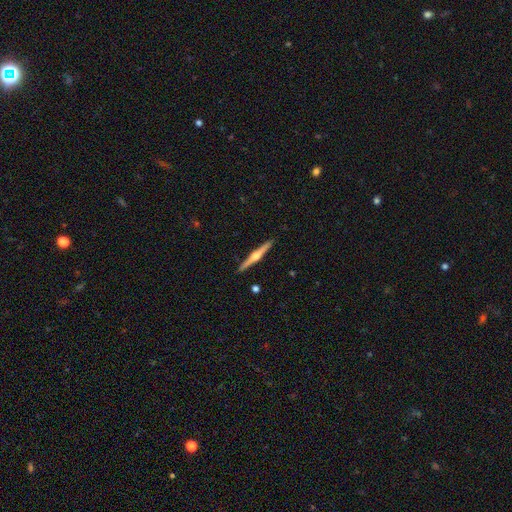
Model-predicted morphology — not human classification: smooth-or-featured: featured or disk: 80% | smooth: 15% | star or artifact: 5%
  disk-edge-on: yes: 99% | no: 1%
    edge-on-bulge: rounded: 94% | boxy: 4% | none: 2%
  merging: none: 92% | minor disturbance: 6% | major disturbance: 1% | merger: 1%